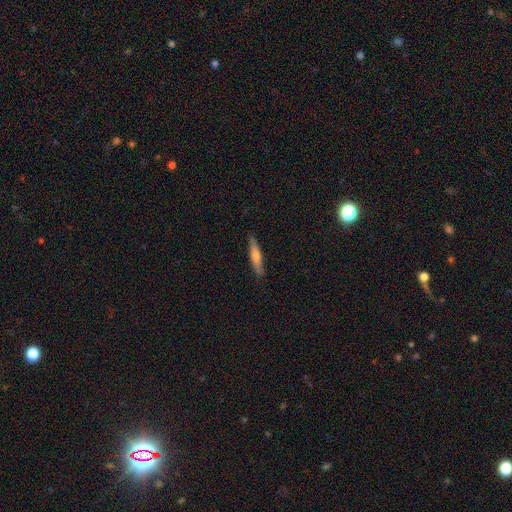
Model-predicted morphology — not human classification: Q: Smooth or featured?
A: featured or disk (50%); runner-up: smooth (43%)
Q: Merging?
A: none (87%); runner-up: minor disturbance (10%)